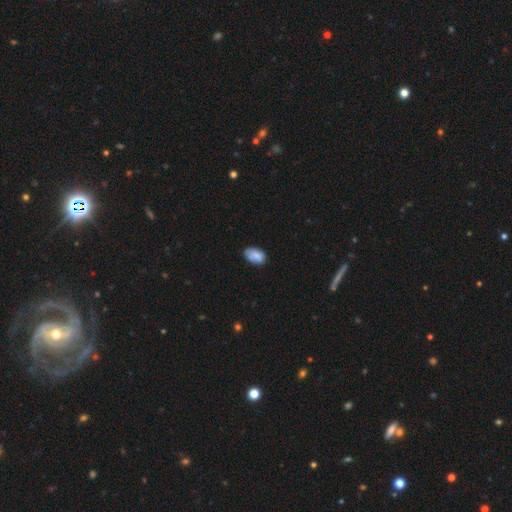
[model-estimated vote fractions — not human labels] smooth-or-featured: smooth: 79% | featured or disk: 13% | star or artifact: 8%
  how-rounded: in between: 91% | round: 8% | cigar-shaped: 1%
  merging: none: 63% | minor disturbance: 28% | major disturbance: 6% | merger: 3%